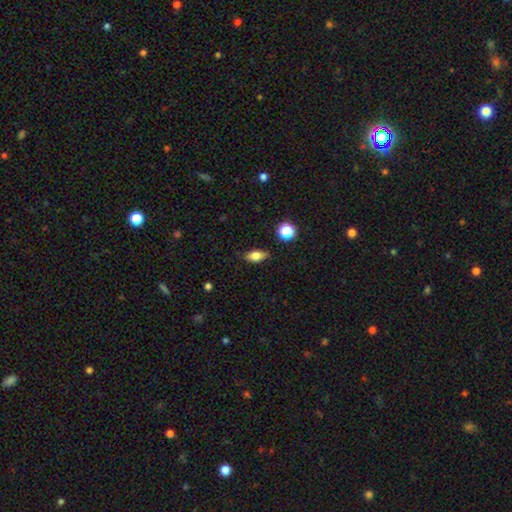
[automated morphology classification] smooth_or_featured: smooth (p=0.72) [alt: featured or disk p=0.18]
how_rounded: in between (p=0.78) [alt: cigar-shaped p=0.12]
merging: none (p=0.84) [alt: minor disturbance p=0.12]